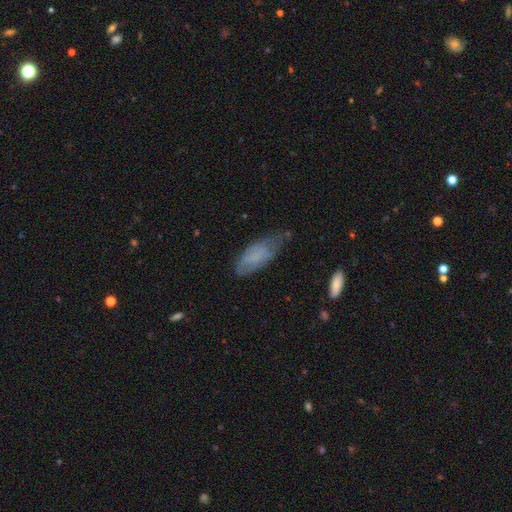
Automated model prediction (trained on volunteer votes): Morphology: type=smooth (62%); roundness=in between (79%); merging=none (42%).